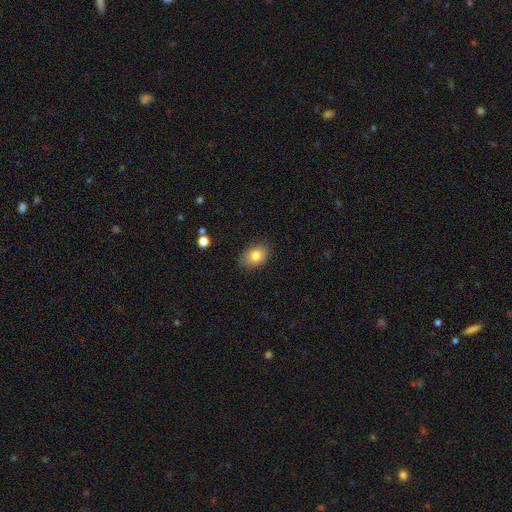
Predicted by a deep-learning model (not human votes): Smooth or featured? Predicted: smooth (p=0.79). How rounded? Predicted: in between (p=0.76). Merging? Predicted: none (p=0.81).